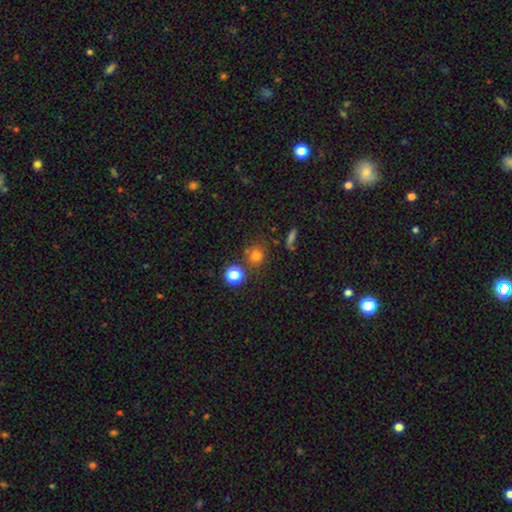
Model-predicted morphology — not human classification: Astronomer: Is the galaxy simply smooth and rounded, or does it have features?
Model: smooth — 75%.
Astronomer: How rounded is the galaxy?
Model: round — 89%.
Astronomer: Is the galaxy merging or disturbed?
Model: none — 73%.